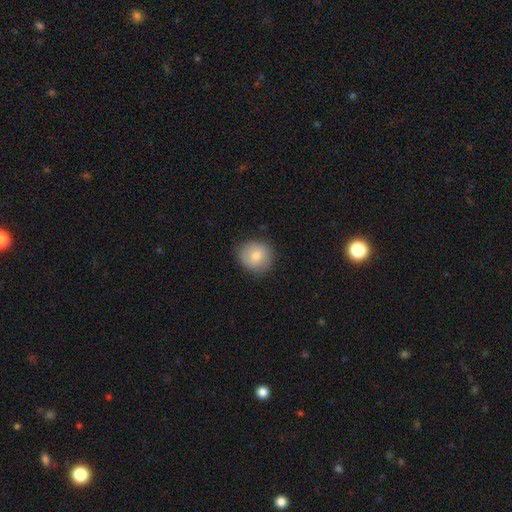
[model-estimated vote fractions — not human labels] Overall: smooth (73%). How rounded: round (88%). Merging: none (84%).